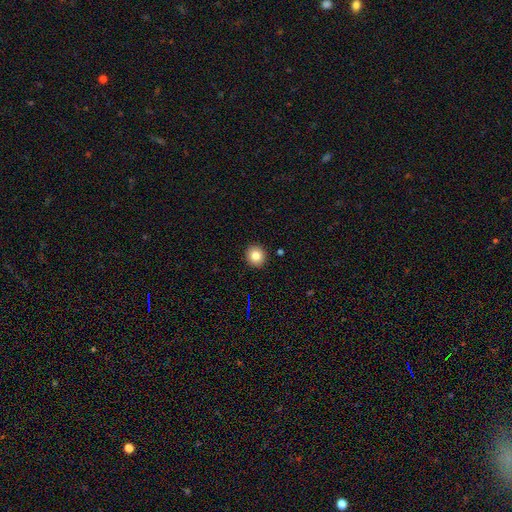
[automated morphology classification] A smooth galaxy with no disk features (84%) that is round (89%).

Vote fractions:
- Smooth or featured? smooth: 84% / star or artifact: 10% / featured or disk: 7%
- How rounded? round: 89% / in between: 10% / cigar-shaped: 1%
- Merging? none: 92% / minor disturbance: 5% / major disturbance: 2% / merger: 1%